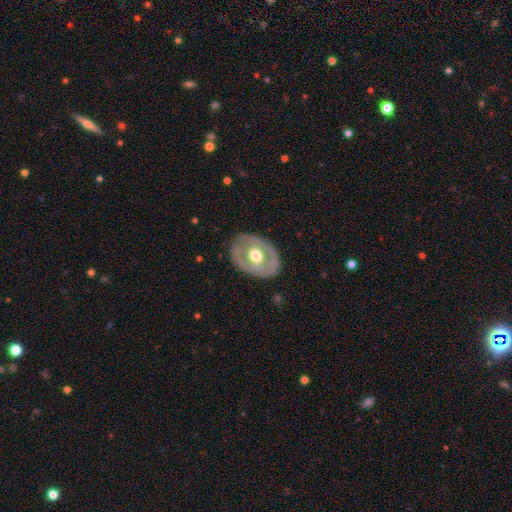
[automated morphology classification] A featured or disk galaxy (61%) with no bar (80%), no spiral arms (79%) and a moderate central bulge (67%). Merging: none (78%).